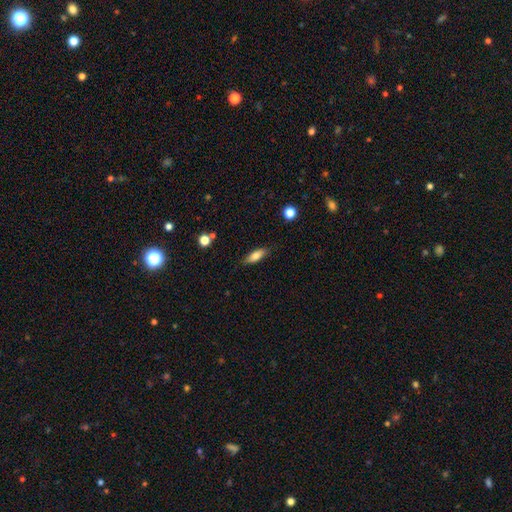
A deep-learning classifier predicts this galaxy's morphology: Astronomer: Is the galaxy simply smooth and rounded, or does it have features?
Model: smooth — 75%.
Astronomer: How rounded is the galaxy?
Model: in between — 65%.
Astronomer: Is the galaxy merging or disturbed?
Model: none — 82%.